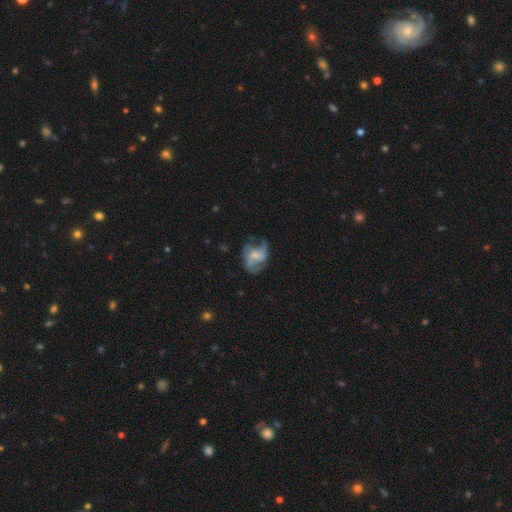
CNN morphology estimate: A featured or disk galaxy (73%) with a weak bar (45%), 2 (47%) loose (46%) spiral arms (85%) and a small central bulge (37%).

Vote fractions:
- Smooth or featured? featured or disk: 73% / smooth: 18% / star or artifact: 8%
- Edge-on disk? no: 98% / yes: 2%
- Bar? weak: 45% / no: 43% / strong: 12%
- Spiral arms? yes: 85% / no: 15%
- Spiral winding? loose: 46% / medium: 42% / tight: 12%
- Spiral arm count? 2: 47% / 3: 23% / can't tell: 16% / 4: 5% / 1: 5% / more than 4: 3%
- Bulge size? small: 37% / moderate: 31% / none: 25% / large: 6% / dominant: 1%
- Merging? none: 53% / major disturbance: 23% / minor disturbance: 21% / merger: 3%